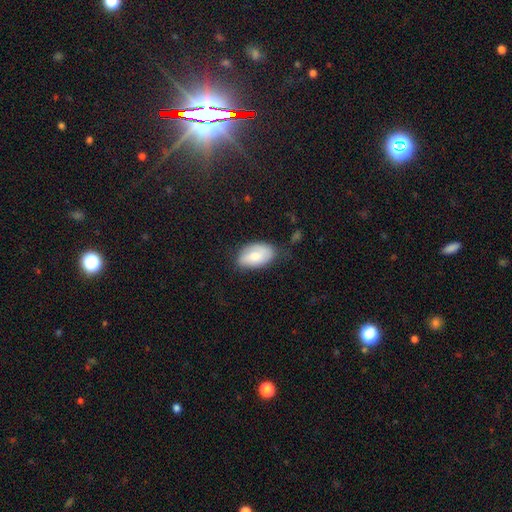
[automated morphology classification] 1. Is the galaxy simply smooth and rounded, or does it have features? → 71% smooth, 22% featured or disk, 6% star or artifact.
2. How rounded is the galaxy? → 93% in between, 5% round, 2% cigar-shaped.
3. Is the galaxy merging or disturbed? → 61% none, 30% minor disturbance, 7% major disturbance, 2% merger.